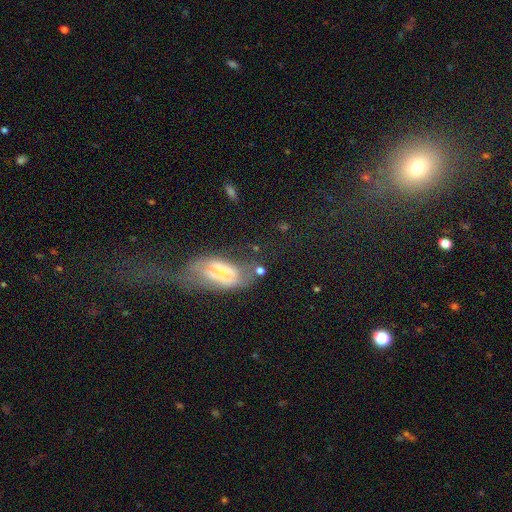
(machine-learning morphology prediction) Overall: featured or disk (47%; smooth 37%). Merging: major disturbance (52%; none 21%).